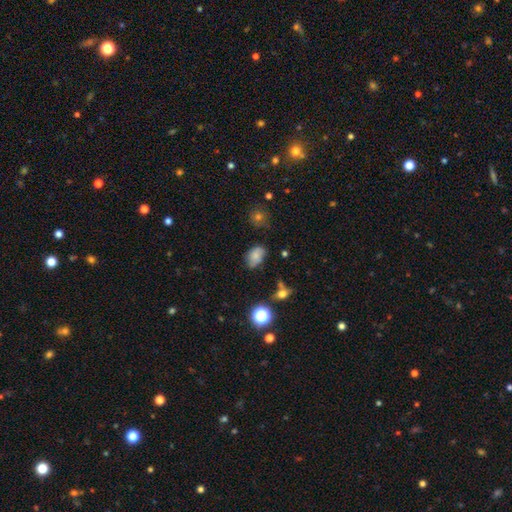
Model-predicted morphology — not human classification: smooth 72%, featured or disk 15%, star or artifact 13%. Down the decision tree: how rounded — in between (86%); merging — none (65%).